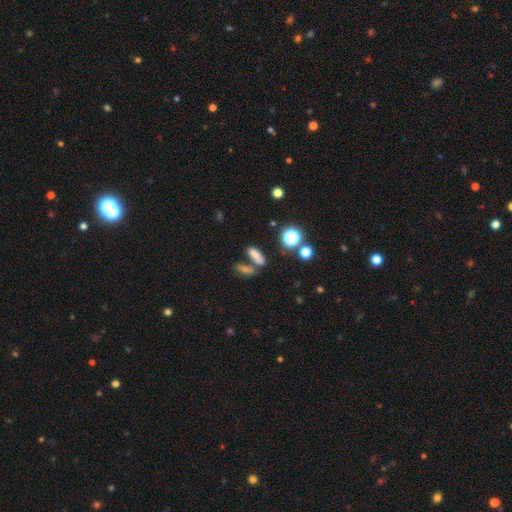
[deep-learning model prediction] Overall: smooth (73%). How rounded: in between (52%; cigar-shaped 37%). Merging: none (52%; merger 32%).